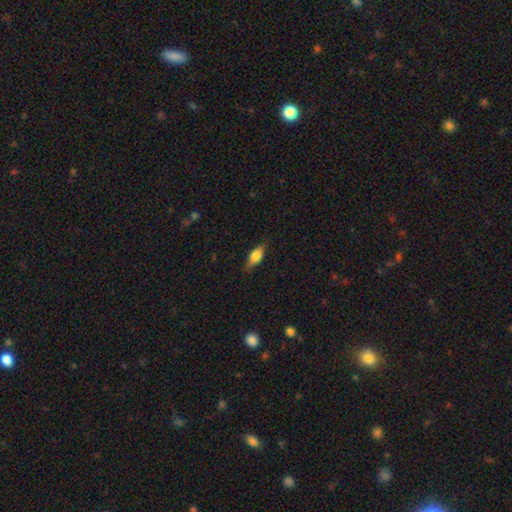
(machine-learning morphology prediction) Overall: smooth (66%). How rounded: in between (76%). Merging: none (79%).